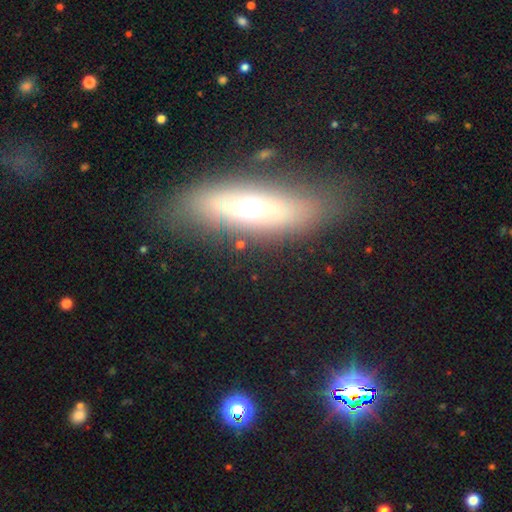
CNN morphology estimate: Smooth or featured?
  - featured or disk: 45% *
  - smooth: 44%
  - star or artifact: 11%
Merging?
  - none: 78% *
  - minor disturbance: 14%
  - major disturbance: 6%
  - merger: 2%